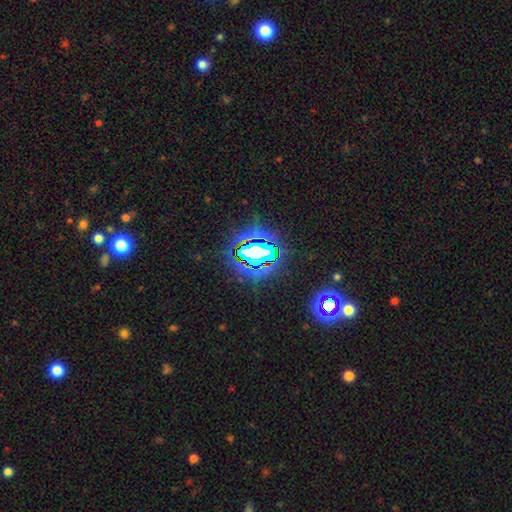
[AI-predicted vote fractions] Smooth or featured?
  - star or artifact: 72% *
  - smooth: 16%
  - featured or disk: 12%